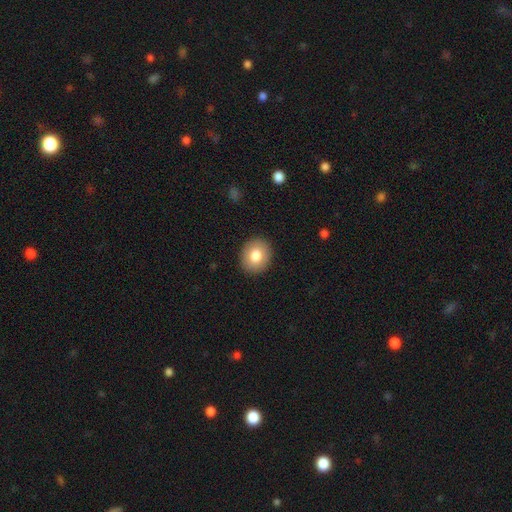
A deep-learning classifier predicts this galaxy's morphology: Overall: smooth (80%). How rounded: round (71%). Merging: none (91%).